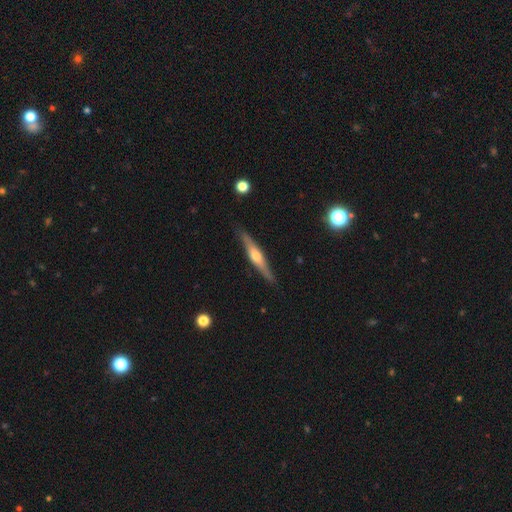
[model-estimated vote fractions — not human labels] Smooth or featured: featured or disk — 65% (smooth — 29%)
Edge-on disk: yes — 96% (no — 4%)
Edge-on bulge: rounded — 86% (none — 7%)
Merging: none — 87% (minor disturbance — 10%)